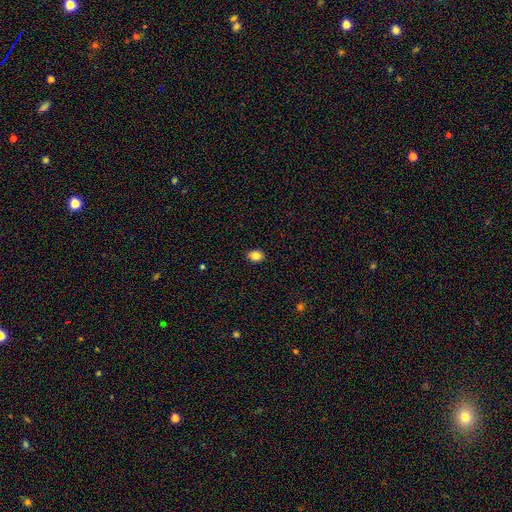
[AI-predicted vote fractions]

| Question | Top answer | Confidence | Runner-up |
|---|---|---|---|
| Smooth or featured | smooth | 85% | star or artifact (10%) |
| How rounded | in between | 57% | round (42%) |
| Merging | none | 88% | minor disturbance (9%) |